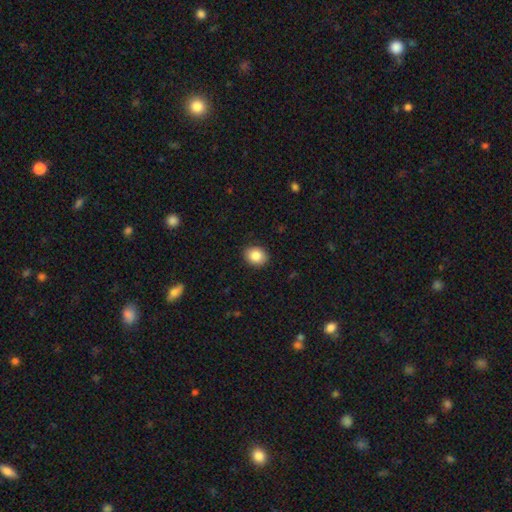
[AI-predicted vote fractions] Morphology: type=smooth (85%); roundness=in between (52%); merging=none (90%).